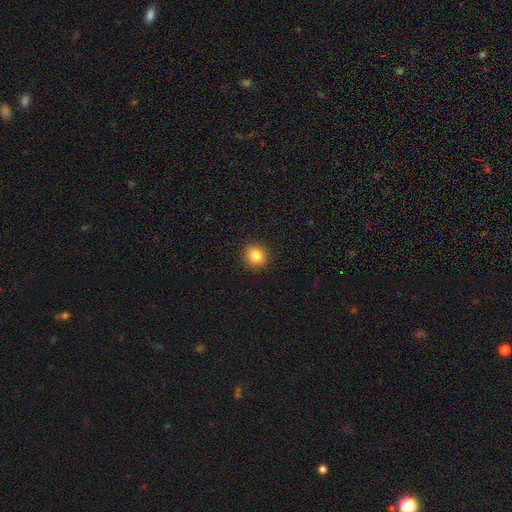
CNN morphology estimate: smooth_or_featured: smooth (p=0.83) [alt: star or artifact p=0.11]
how_rounded: round (p=0.90) [alt: in between p=0.09]
merging: none (p=0.92) [alt: minor disturbance p=0.05]